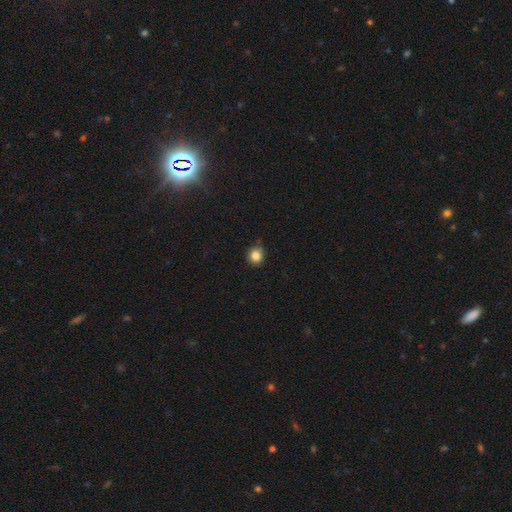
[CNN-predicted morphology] Smooth or featured? smooth (84%)
How rounded? round (84%)
Merging? none (75%)